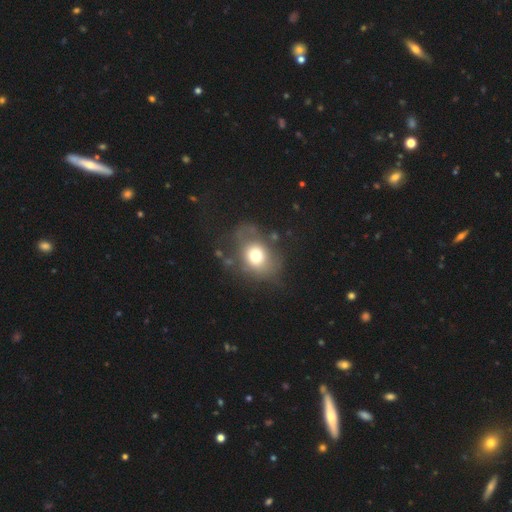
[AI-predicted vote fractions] Q: Smooth or featured?
A: smooth (66%); runner-up: featured or disk (22%)
Q: How rounded?
A: round (53%); runner-up: in between (46%)
Q: Merging?
A: none (51%); runner-up: minor disturbance (24%)